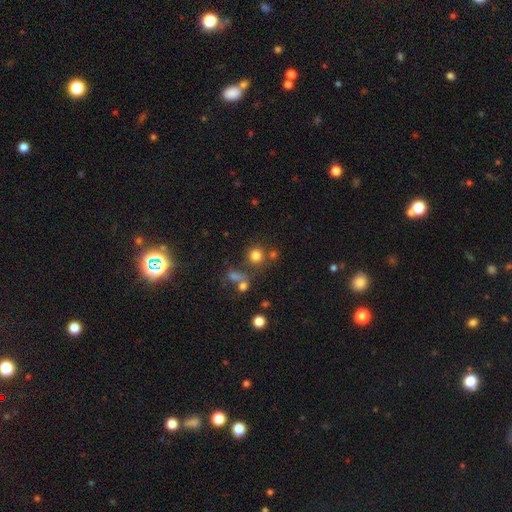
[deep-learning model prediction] This is likely a smooth galaxy (77%). How rounded: clearly round (91%). Merging: likely none (72%).